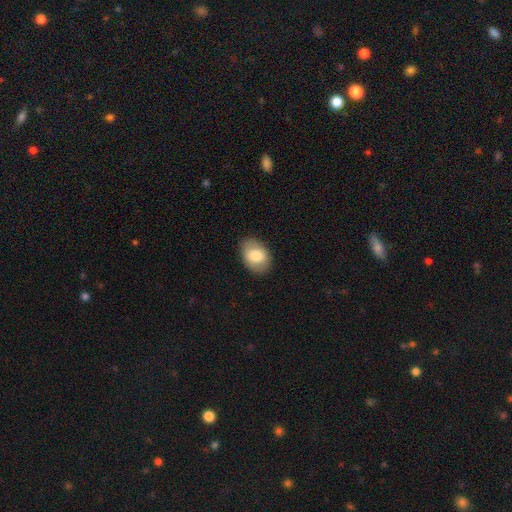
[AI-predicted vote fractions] This is likely a smooth galaxy (76%). How rounded: clearly in between (83%). Merging: clearly none (84%).